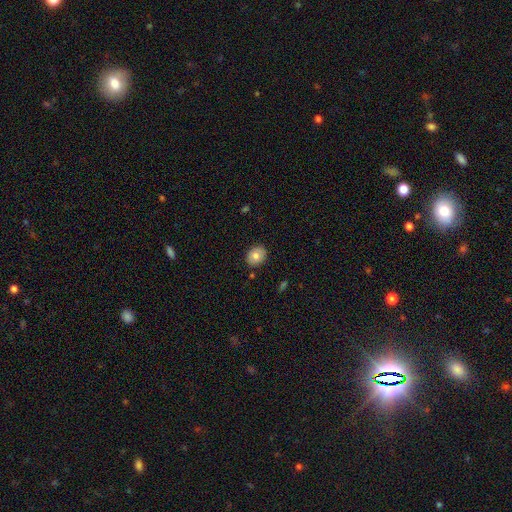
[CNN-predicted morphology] This appears to be a smooth galaxy with no disk features (79%) that is round (52%). Merging: none (87%).